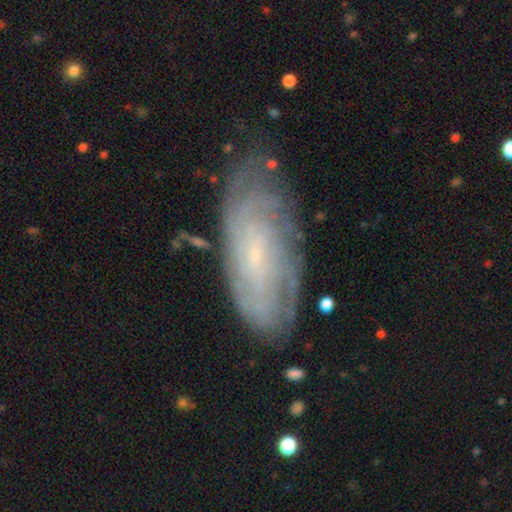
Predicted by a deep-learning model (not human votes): Smooth or featured? Predicted: featured or disk (p=0.73). Edge-on disk? Predicted: no (p=0.90). Bar? Predicted: no (p=0.58). Spiral arms? Predicted: yes (p=0.90). Spiral winding? Predicted: tight (p=0.74). Spiral arm count? Predicted: can't tell (p=0.60). Bulge size? Predicted: small (p=0.77). Merging? Predicted: none (p=0.73).